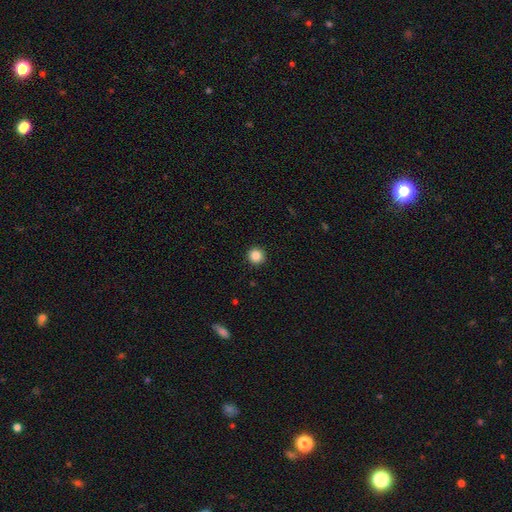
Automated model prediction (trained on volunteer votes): A smooth galaxy with no disk features (86%) that is round (95%).

Vote fractions:
- Smooth or featured? smooth: 86% / star or artifact: 10% / featured or disk: 3%
- How rounded? round: 95% / in between: 4% / cigar-shaped: 1%
- Merging? none: 93% / minor disturbance: 4% / major disturbance: 2% / merger: 1%